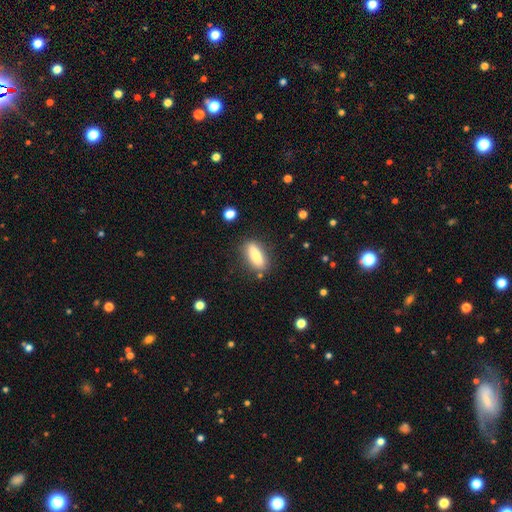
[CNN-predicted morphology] A smooth galaxy with no disk features (80%) that is in between round and cigar-shaped (63%). Merging: none (82%).